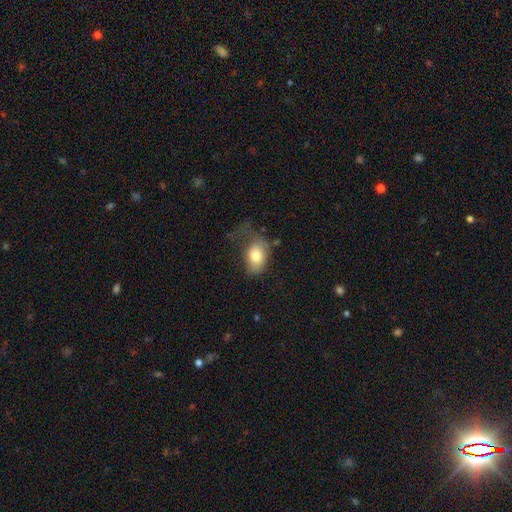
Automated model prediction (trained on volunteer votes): This appears to be a smooth galaxy with no disk features (78%) that is in between round and cigar-shaped (79%). Merging: none (37%).